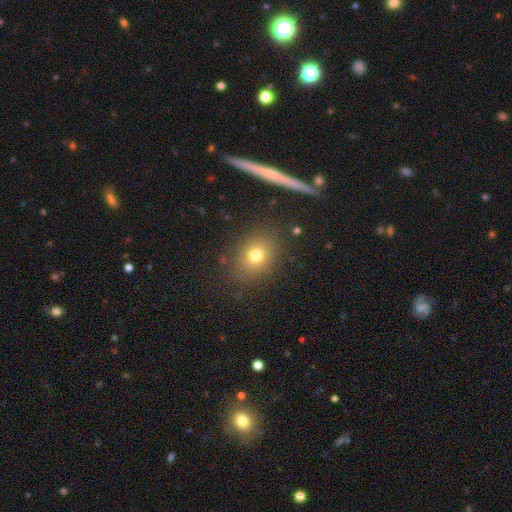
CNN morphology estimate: smooth-or-featured: smooth: 74% | star or artifact: 15% | featured or disk: 11%
  how-rounded: round: 51% | in between: 48% | cigar-shaped: 1%
  merging: none: 83% | minor disturbance: 10% | major disturbance: 4% | merger: 2%